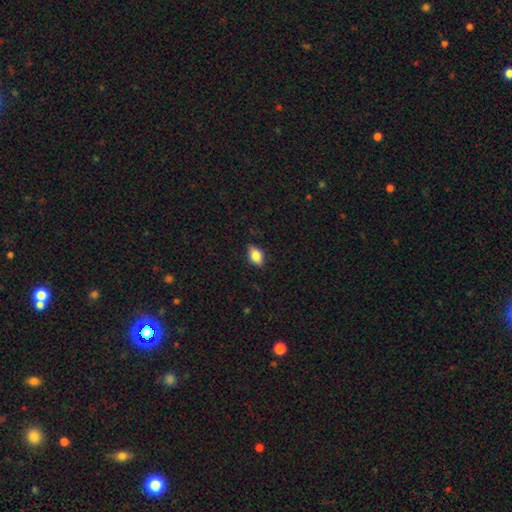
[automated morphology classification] This is clearly a smooth galaxy (82%). How rounded: clearly in between (86%). Merging: clearly none (83%).